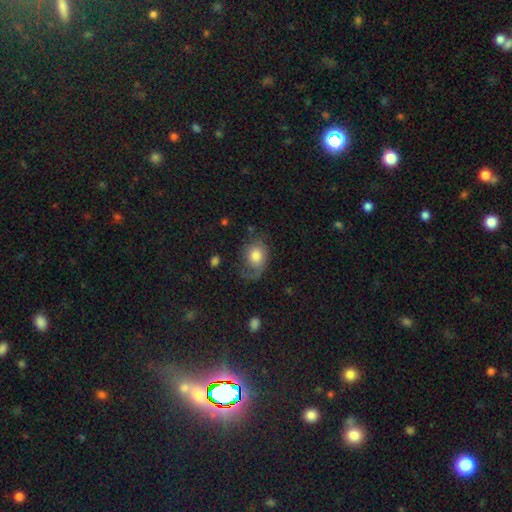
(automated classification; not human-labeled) This is possibly a smooth galaxy (58%). How rounded: likely in between (61%). Merging: possibly none (45%).